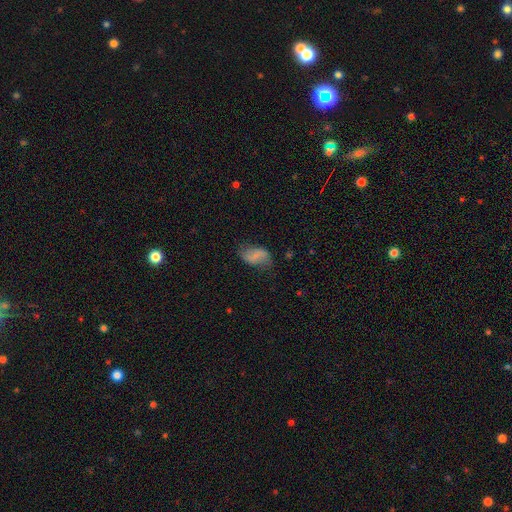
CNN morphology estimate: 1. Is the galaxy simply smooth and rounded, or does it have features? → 54% smooth, 36% featured or disk, 10% star or artifact.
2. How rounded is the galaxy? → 90% in between, 8% round, 2% cigar-shaped.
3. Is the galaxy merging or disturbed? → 60% none, 26% minor disturbance, 12% major disturbance, 2% merger.